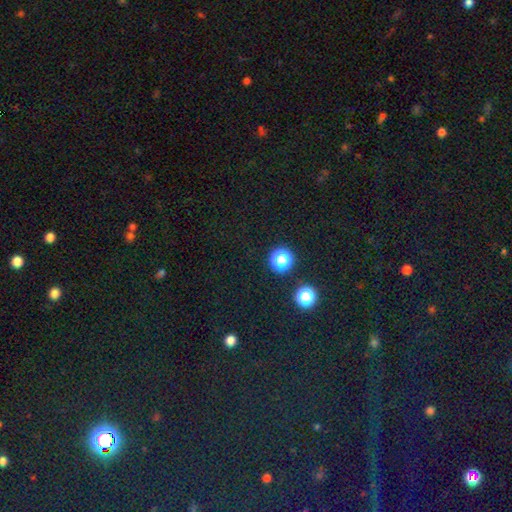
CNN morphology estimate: This appears to be a star or artifact, not a galaxy (67%).